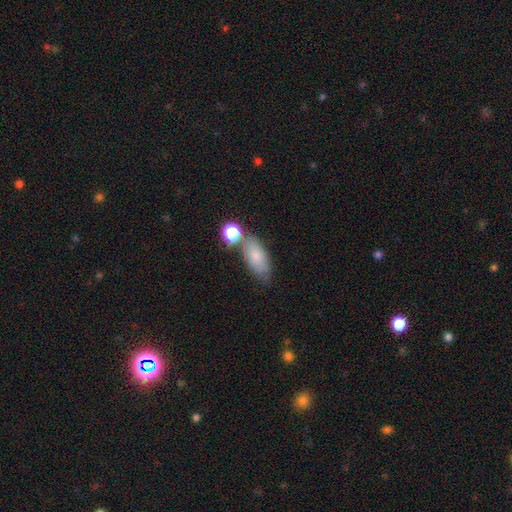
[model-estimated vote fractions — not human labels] Morphology: type=smooth (76%); roundness=in between (84%); merging=none (57%).